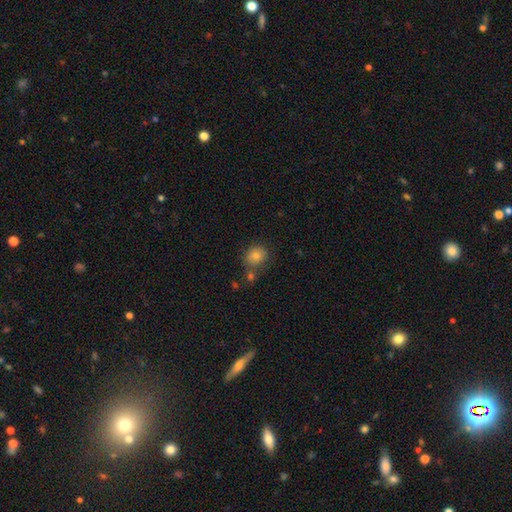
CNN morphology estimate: Q: Smooth or featured?
A: smooth (75%); runner-up: star or artifact (15%)
Q: How rounded?
A: round (80%); runner-up: in between (19%)
Q: Merging?
A: none (72%); runner-up: minor disturbance (12%)